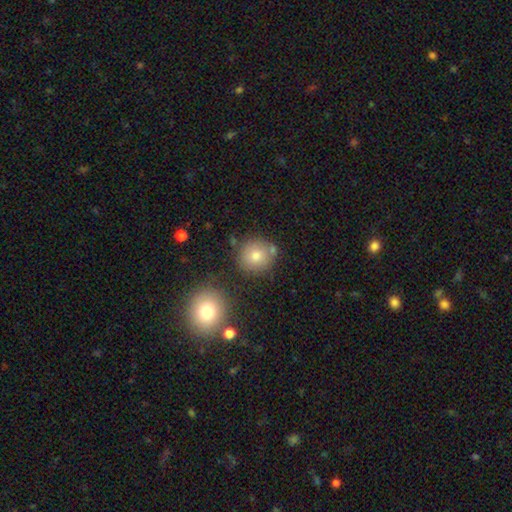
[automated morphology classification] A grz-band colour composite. It shows a smooth galaxy with no disk features (77%) that is round (91%). Merging: none (79%).